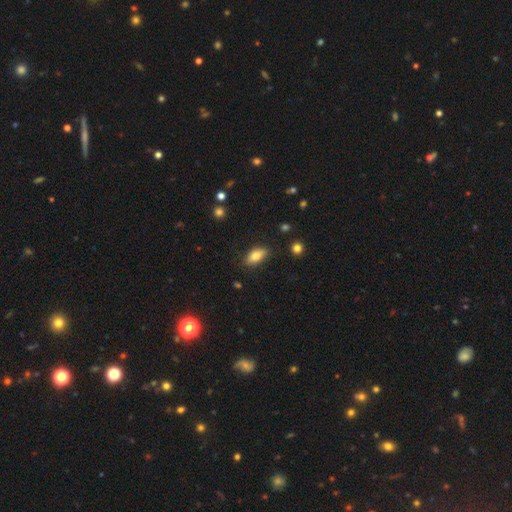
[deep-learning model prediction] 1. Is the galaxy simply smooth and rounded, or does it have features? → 79% smooth, 13% featured or disk, 8% star or artifact.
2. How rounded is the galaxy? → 87% in between, 9% cigar-shaped, 4% round.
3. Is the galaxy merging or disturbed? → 82% none, 13% minor disturbance, 3% major disturbance, 2% merger.